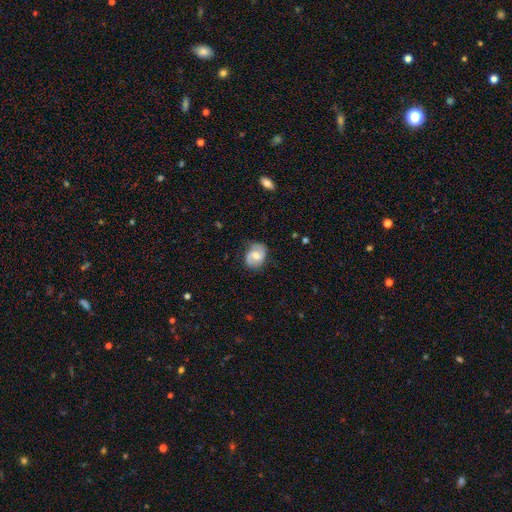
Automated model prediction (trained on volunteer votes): A featured or disk galaxy (61%) with a weak bar (47%), 2 (84%) medium (46%) spiral arms (90%) and a moderate central bulge (59%).

Vote fractions:
- Smooth or featured? featured or disk: 61% / smooth: 32% / star or artifact: 7%
- Edge-on disk? no: 97% / yes: 3%
- Bar? weak: 47% / no: 42% / strong: 11%
- Spiral arms? yes: 90% / no: 10%
- Spiral winding? medium: 46% / tight: 28% / loose: 26%
- Spiral arm count? 2: 84% / can't tell: 8% / 1: 6% / 3: 1% / 4: 1% / more than 4: 1%
- Bulge size? moderate: 59% / small: 28% / large: 7% / none: 4% / dominant: 1%
- Merging? none: 72% / minor disturbance: 21% / major disturbance: 6% / merger: 1%